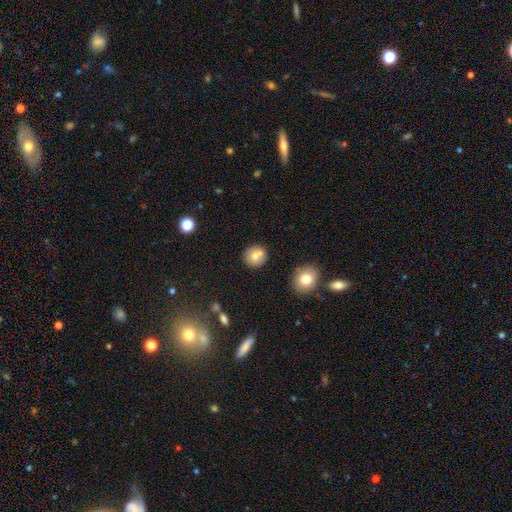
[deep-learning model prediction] This appears to be a smooth galaxy with no disk features (74%) that is round (88%). Merging: none (72%).